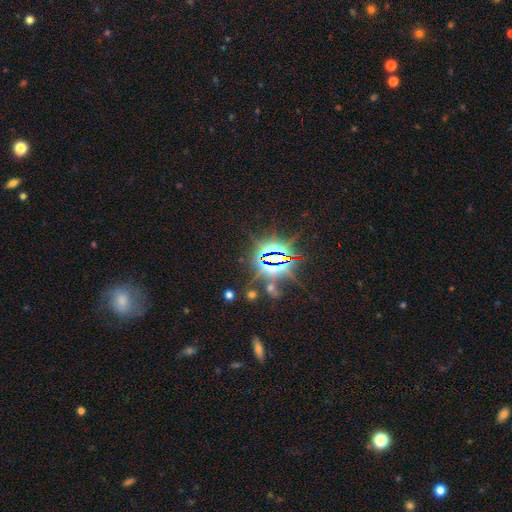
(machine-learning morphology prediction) smooth_or_featured: star or artifact (p=0.82) [alt: smooth p=0.11]